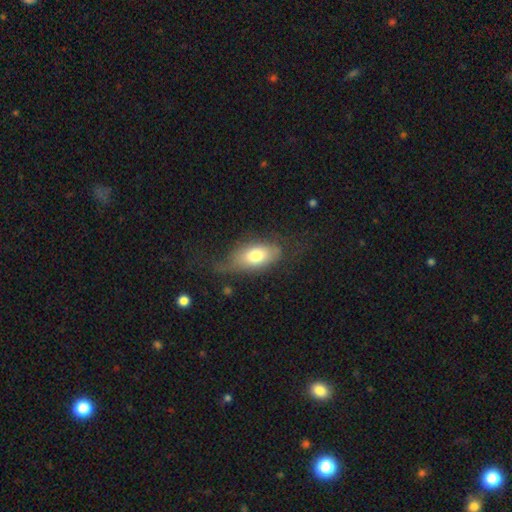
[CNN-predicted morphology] type=smooth (70%); roundness=in between (88%); merging=none (51%).